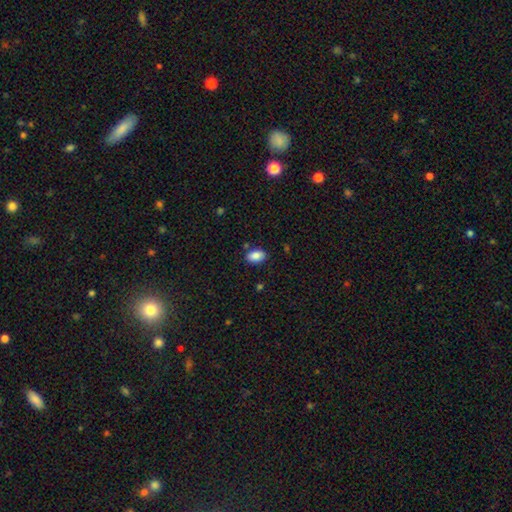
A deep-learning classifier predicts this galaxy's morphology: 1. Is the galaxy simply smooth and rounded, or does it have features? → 87% smooth, 8% star or artifact, 5% featured or disk.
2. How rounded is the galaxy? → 90% in between, 8% round, 2% cigar-shaped.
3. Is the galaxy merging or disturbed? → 83% none, 11% minor disturbance, 3% merger, 2% major disturbance.